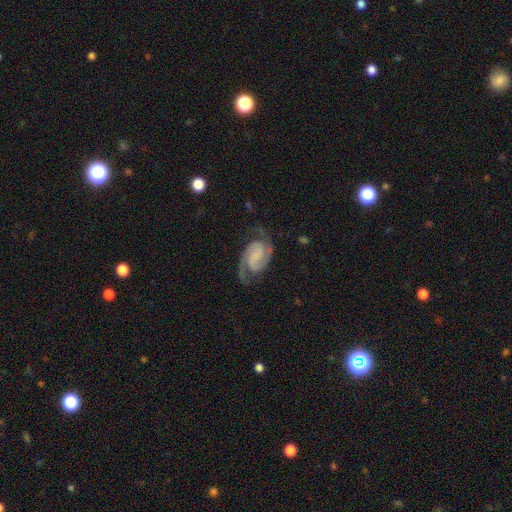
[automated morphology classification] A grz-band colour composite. It shows a featured or disk galaxy (89%) with no bar (48%), 2 (93%) medium (51%) spiral arms (98%) and no central bulge (53%). Merging: none (75%).